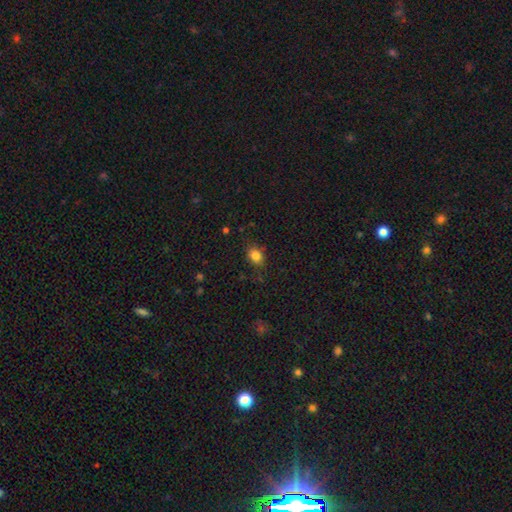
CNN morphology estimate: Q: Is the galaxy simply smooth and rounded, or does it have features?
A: smooth — 83%.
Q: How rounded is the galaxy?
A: in between — 58%.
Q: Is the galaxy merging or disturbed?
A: none — 79%.